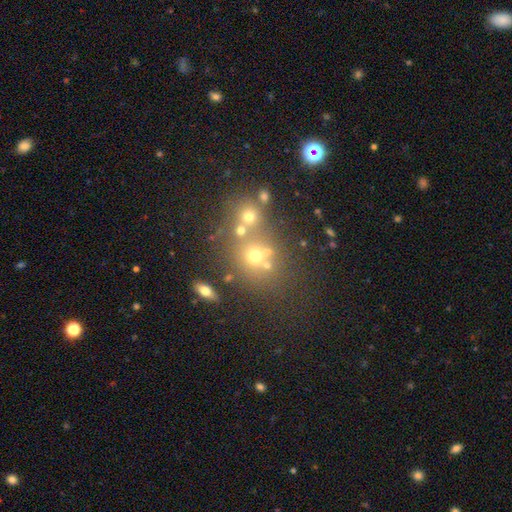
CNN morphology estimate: Q: Smooth or featured?
A: smooth (57%); runner-up: star or artifact (24%)
Q: How rounded?
A: round (69%); runner-up: in between (29%)
Q: Merging?
A: none (51%); runner-up: merger (32%)